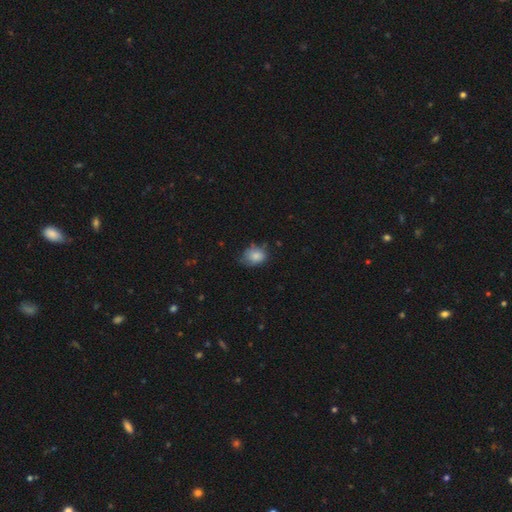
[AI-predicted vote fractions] smooth_or_featured: smooth (p=0.82) [alt: featured or disk p=0.10]
how_rounded: in between (p=0.53) [alt: round p=0.46]
merging: none (p=0.54) [alt: minor disturbance p=0.34]